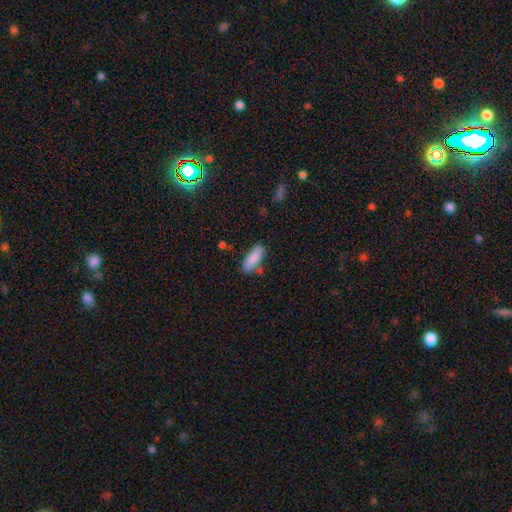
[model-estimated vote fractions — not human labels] Smooth or featured?
  - smooth: 83% *
  - featured or disk: 9%
  - star or artifact: 8%
How rounded?
  - in between: 67% *
  - cigar-shaped: 31%
  - round: 2%
Merging?
  - none: 72% *
  - minor disturbance: 17%
  - merger: 7%
  - major disturbance: 4%